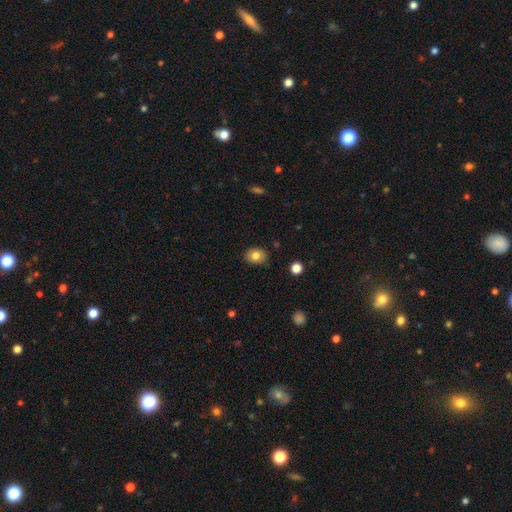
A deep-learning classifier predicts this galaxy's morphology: A smooth galaxy with no disk features (82%) that is in between round and cigar-shaped (54%).

Vote fractions:
- Smooth or featured? smooth: 82% / star or artifact: 10% / featured or disk: 8%
- How rounded? in between: 54% / round: 45% / cigar-shaped: 1%
- Merging? none: 84% / minor disturbance: 12% / major disturbance: 2% / merger: 1%